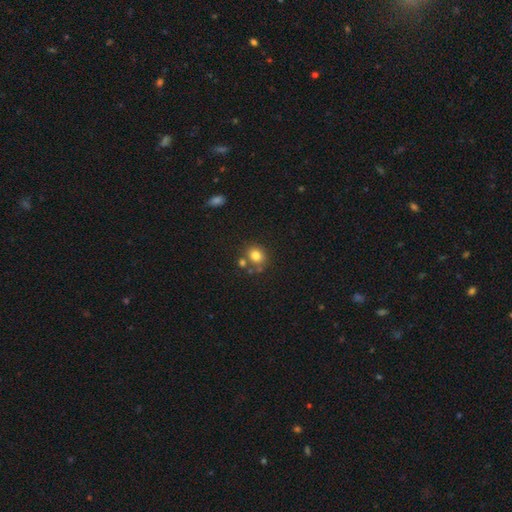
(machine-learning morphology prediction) Smooth or featured? smooth (79%)
How rounded? round (73%)
Merging? none (65%)